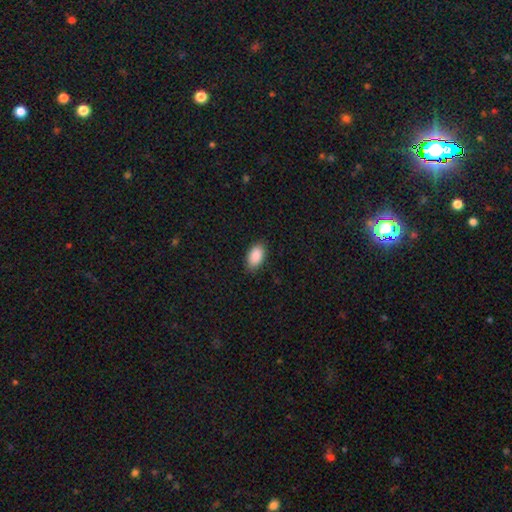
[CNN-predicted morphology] A smooth galaxy with no disk features (90%) that is in between round and cigar-shaped (94%). Merging: none (86%).